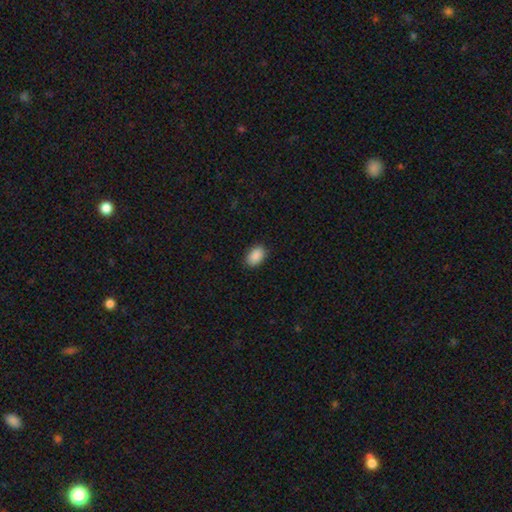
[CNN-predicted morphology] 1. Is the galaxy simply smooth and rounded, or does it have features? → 90% smooth, 7% star or artifact, 2% featured or disk.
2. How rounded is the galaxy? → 89% in between, 10% round, 1% cigar-shaped.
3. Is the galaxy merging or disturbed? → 88% none, 9% minor disturbance, 2% major disturbance, 1% merger.